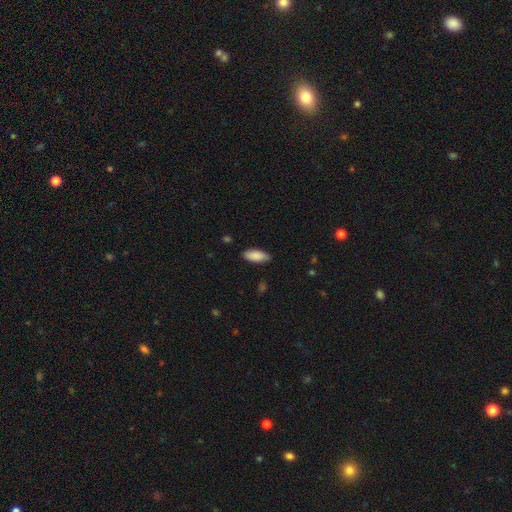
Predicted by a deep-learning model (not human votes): Smooth or featured: smooth — 88% (featured or disk — 6%)
How rounded: in between — 84% (cigar-shaped — 15%)
Merging: none — 84% (minor disturbance — 13%)